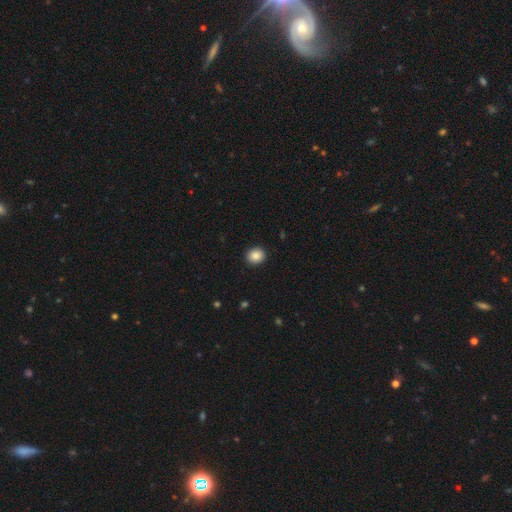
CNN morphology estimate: This is clearly a smooth galaxy (88%). How rounded: likely round (78%). Merging: clearly none (92%).